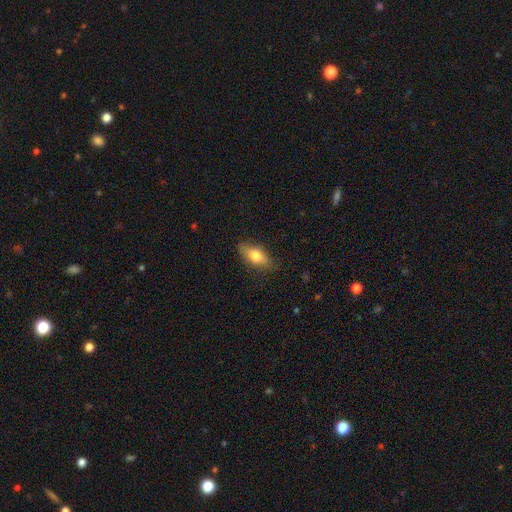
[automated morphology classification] Q: Smooth or featured?
A: smooth (70%); runner-up: featured or disk (23%)
Q: How rounded?
A: in between (77%); runner-up: cigar-shaped (18%)
Q: Merging?
A: none (79%); runner-up: minor disturbance (16%)